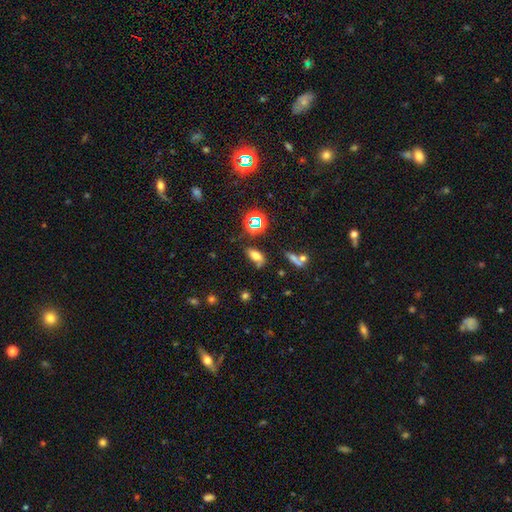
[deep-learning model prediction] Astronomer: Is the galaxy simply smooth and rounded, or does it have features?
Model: smooth — 67%.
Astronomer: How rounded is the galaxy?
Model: in between — 82%.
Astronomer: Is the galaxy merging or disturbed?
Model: none — 68%.